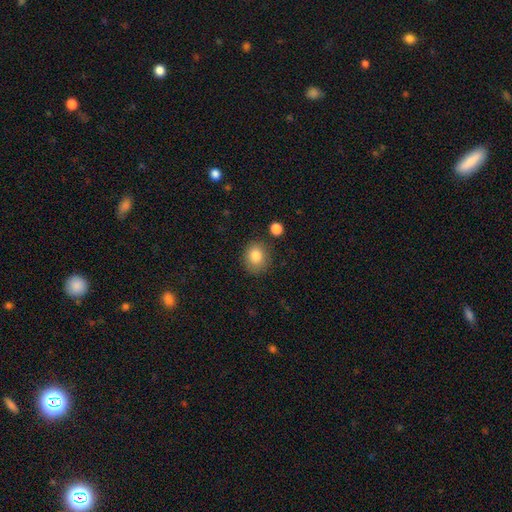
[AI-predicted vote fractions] A smooth galaxy with no disk features (83%) that is round (70%). Merging: none (81%).